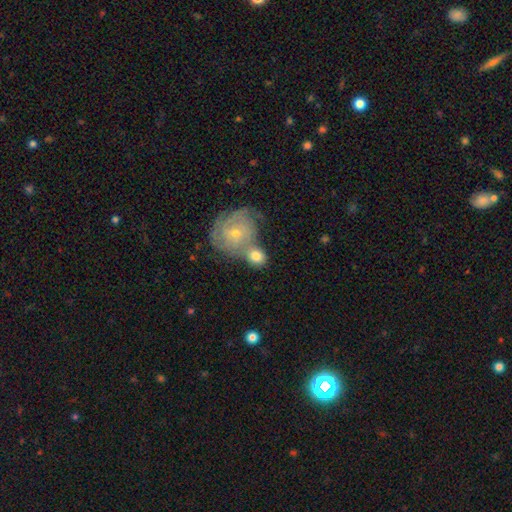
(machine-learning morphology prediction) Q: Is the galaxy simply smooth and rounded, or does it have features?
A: smooth — 53%.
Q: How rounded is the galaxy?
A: round — 69%.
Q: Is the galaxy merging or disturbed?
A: merger — 42%.